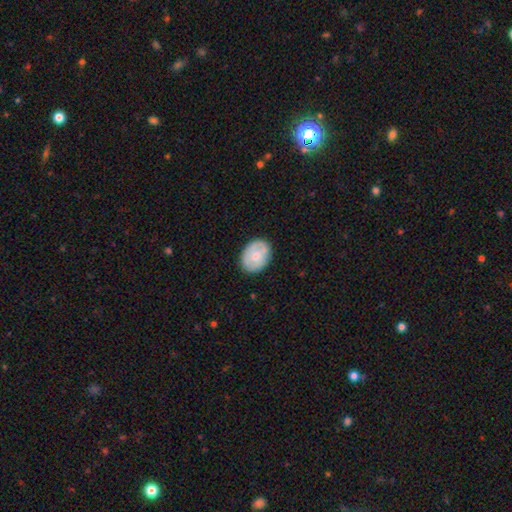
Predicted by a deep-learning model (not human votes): Overall: smooth (53%; featured or disk 41%). How rounded: in between (62%; round 37%). Merging: none (80%).